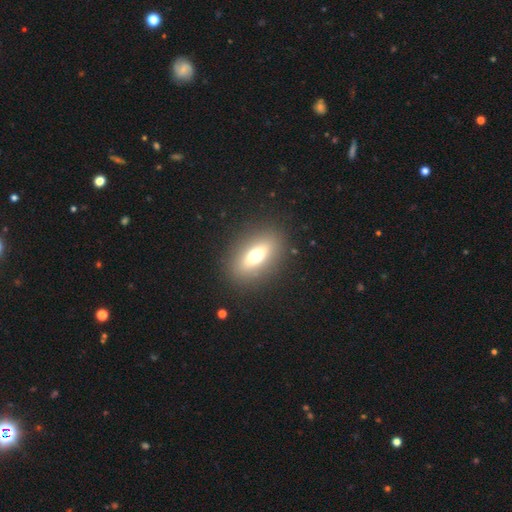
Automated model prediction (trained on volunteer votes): This appears to be a smooth galaxy with no disk features (60%) that is in between round and cigar-shaped (75%). Merging: none (87%).